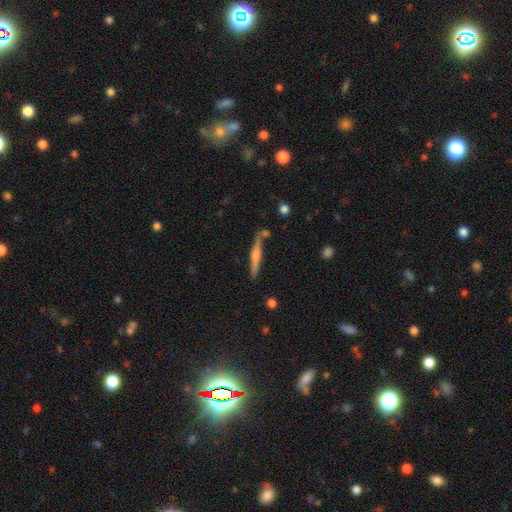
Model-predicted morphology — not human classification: This is possibly a featured or disk galaxy (51%). It is clearly viewed edge-on (96%). Merging: likely none (78%).